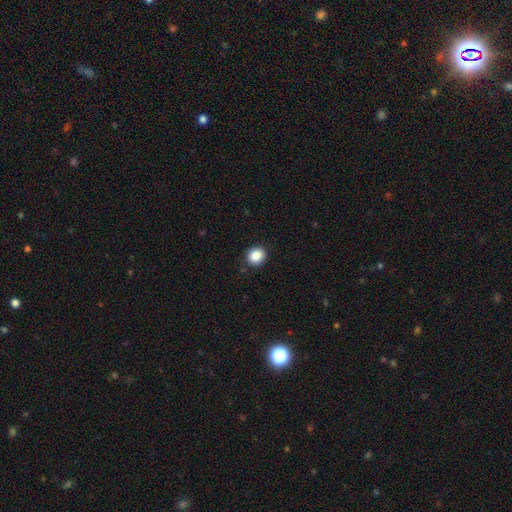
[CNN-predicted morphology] A smooth galaxy with no disk features (87%) that is round (72%).

Vote fractions:
- Smooth or featured? smooth: 87% / star or artifact: 9% / featured or disk: 4%
- How rounded? round: 72% / in between: 27% / cigar-shaped: 1%
- Merging? none: 89% / minor disturbance: 8% / major disturbance: 2% / merger: 1%